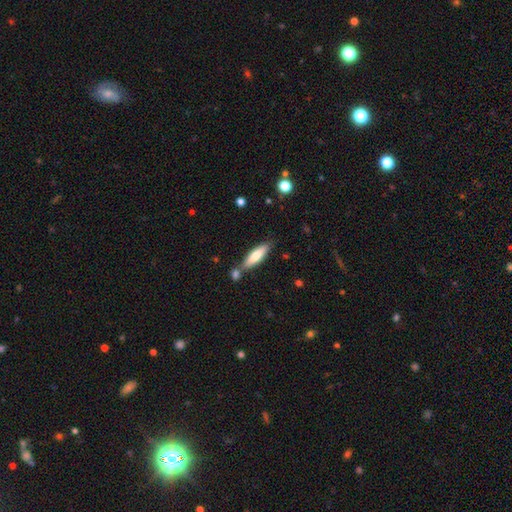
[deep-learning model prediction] smooth 71%, featured or disk 24%, star or artifact 5%. Down the decision tree: how rounded — cigar-shaped (62%); merging — none (70%).